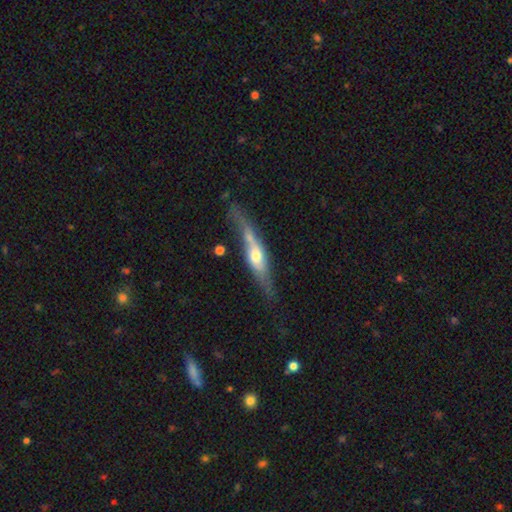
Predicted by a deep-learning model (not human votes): A featured or disk galaxy (64%) viewed edge-on (76%). Merging: none (56%).